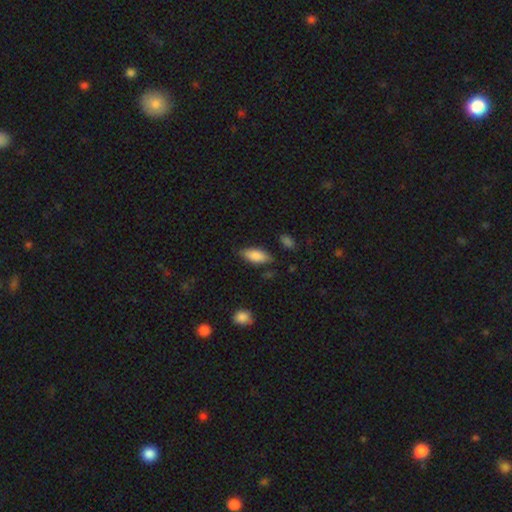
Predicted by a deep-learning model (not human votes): This is clearly a smooth galaxy (84%). How rounded: clearly in between (81%). Merging: likely none (78%).